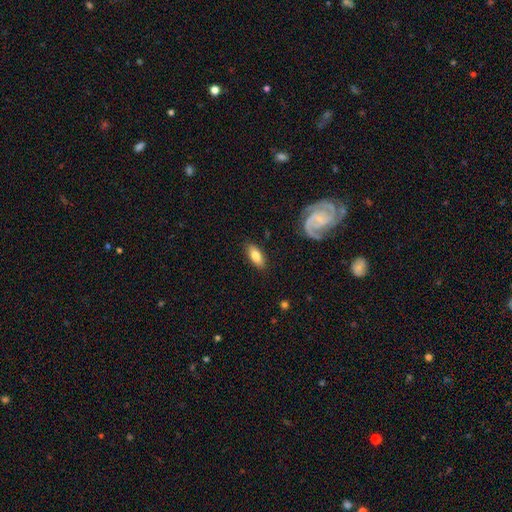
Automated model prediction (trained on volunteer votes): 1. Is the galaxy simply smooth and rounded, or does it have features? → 69% smooth, 25% featured or disk, 6% star or artifact.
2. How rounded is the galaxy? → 84% in between, 13% cigar-shaped, 4% round.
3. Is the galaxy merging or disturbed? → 85% none, 10% minor disturbance, 3% major disturbance, 2% merger.